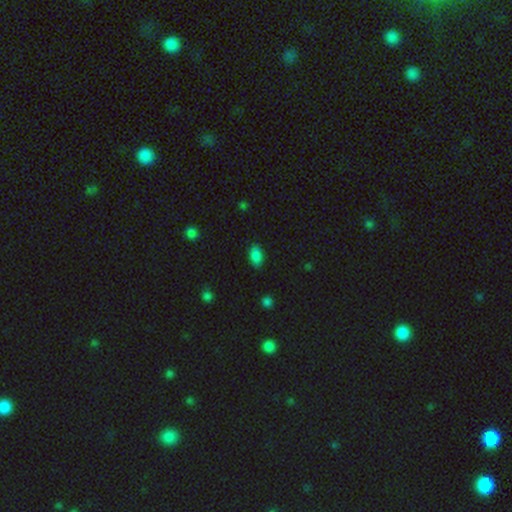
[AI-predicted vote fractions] A smooth galaxy with no disk features (86%) that is in between round and cigar-shaped (90%).

Vote fractions:
- Smooth or featured? smooth: 86% / star or artifact: 10% / featured or disk: 4%
- How rounded? in between: 90% / round: 8% / cigar-shaped: 2%
- Merging? none: 84% / minor disturbance: 12% / major disturbance: 3% / merger: 1%